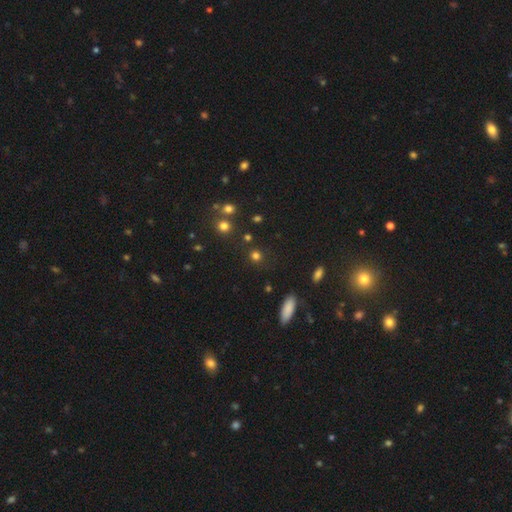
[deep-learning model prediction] This appears to be a smooth galaxy with no disk features (74%) that is round (87%). Merging: none (83%).